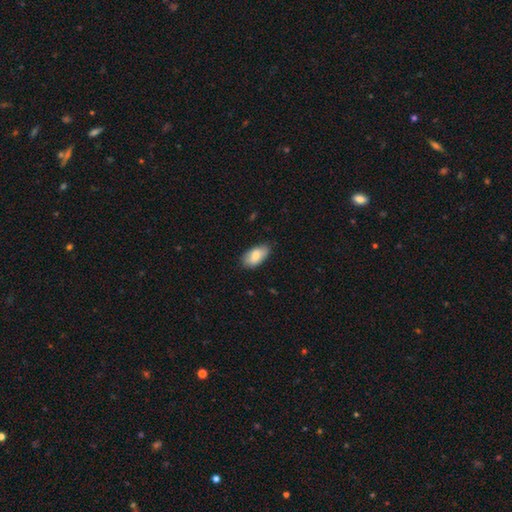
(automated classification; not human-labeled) Q: Smooth or featured?
A: smooth (82%); runner-up: featured or disk (12%)
Q: How rounded?
A: in between (93%); runner-up: cigar-shaped (3%)
Q: Merging?
A: none (75%); runner-up: minor disturbance (21%)